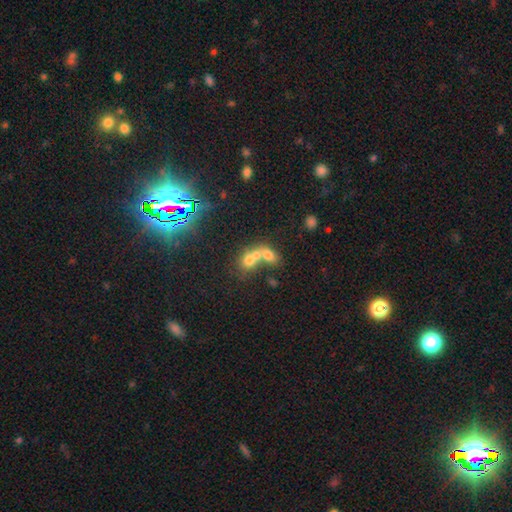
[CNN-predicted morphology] Smooth or featured?
  - smooth: 64% *
  - featured or disk: 21%
  - star or artifact: 15%
How rounded?
  - in between: 58% *
  - round: 39%
  - cigar-shaped: 3%
Merging?
  - merger: 69% *
  - none: 21%
  - minor disturbance: 6%
  - major disturbance: 4%